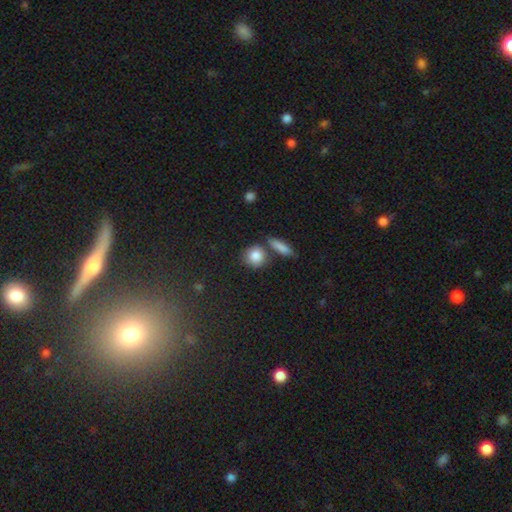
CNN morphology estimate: Smooth or featured? Predicted: smooth (p=0.85). How rounded? Predicted: round (p=0.78). Merging? Predicted: none (p=0.69).